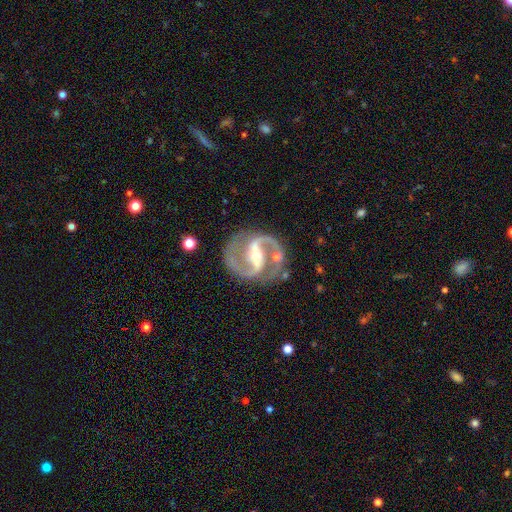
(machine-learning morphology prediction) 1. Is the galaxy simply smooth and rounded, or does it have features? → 93% featured or disk, 4% star or artifact, 3% smooth.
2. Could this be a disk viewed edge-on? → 98% no, 2% yes.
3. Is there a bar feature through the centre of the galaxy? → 63% strong, 25% weak, 12% no.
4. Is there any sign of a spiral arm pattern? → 98% yes, 2% no.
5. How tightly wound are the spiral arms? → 67% medium, 18% tight, 15% loose.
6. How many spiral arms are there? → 94% 2, 1% 3, 1% can't tell, 1% 1, 1% 4, 1% more than 4.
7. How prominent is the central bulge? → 56% small, 40% moderate, 2% large, 1% none, 1% dominant.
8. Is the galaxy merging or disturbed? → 81% none, 12% minor disturbance, 5% major disturbance, 3% merger.